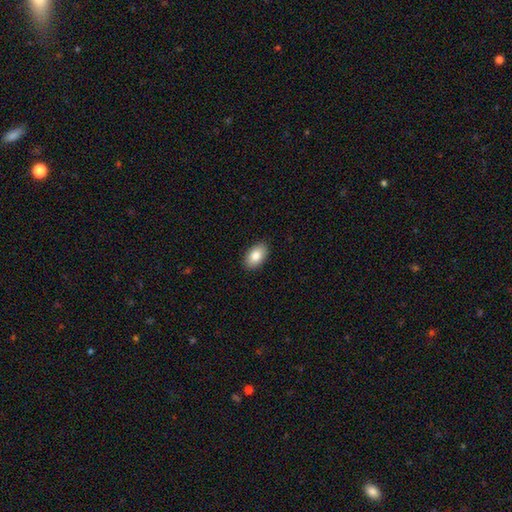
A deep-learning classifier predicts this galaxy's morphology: This is clearly a smooth galaxy (85%). How rounded: clearly in between (92%). Merging: clearly none (89%).